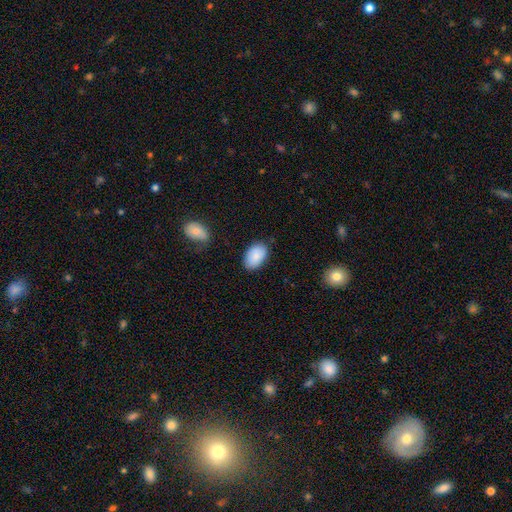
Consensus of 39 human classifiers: Q: Smooth or featured?
A: smooth (85%); runner-up: featured or disk (10%)
Q: How rounded?
A: in between (94%); runner-up: round (6%)
Q: Merging?
A: none (81%); runner-up: minor disturbance (19%)